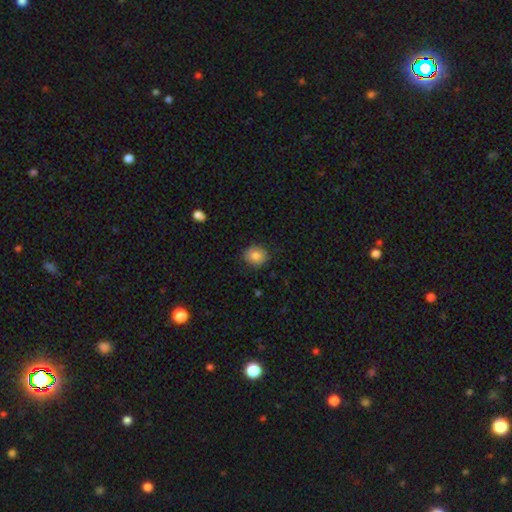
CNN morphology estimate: smooth 81%, featured or disk 10%, star or artifact 9%. Down the decision tree: how rounded — round (77%); merging — none (85%).